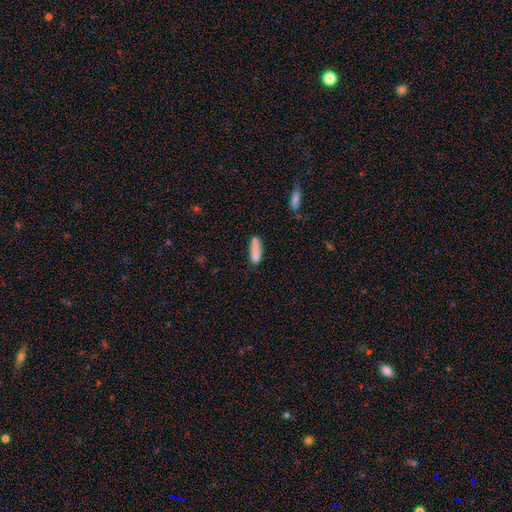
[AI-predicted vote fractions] Smooth or featured? smooth (82%)
How rounded? cigar-shaped (56%)
Merging? none (64%)